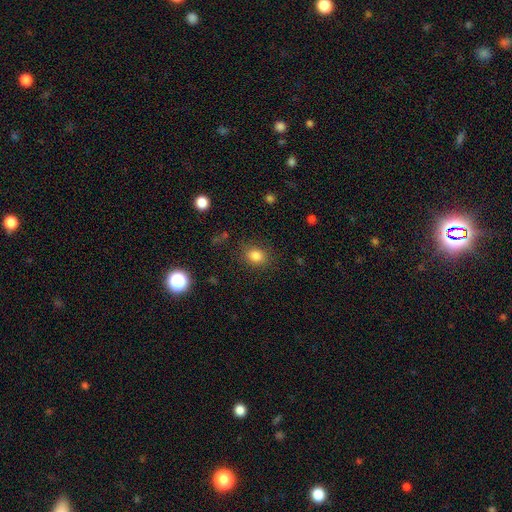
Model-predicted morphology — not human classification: smooth 82%, star or artifact 12%, featured or disk 6%. Down the decision tree: how rounded — round (54%); merging — none (83%).